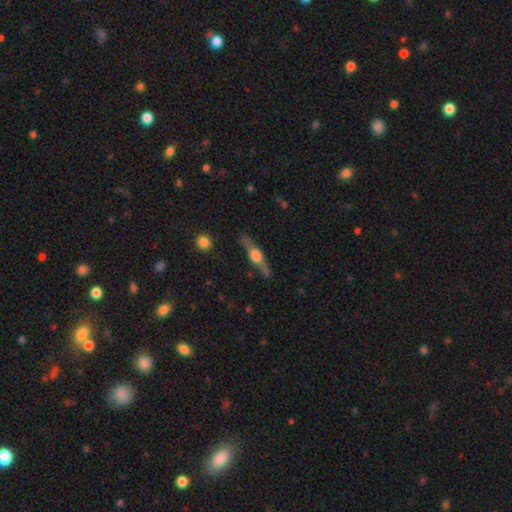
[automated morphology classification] The model was most divided on "smooth or featured": featured or disk: 70%, smooth: 24%, star or artifact: 6%. More confident: edge-on disk — yes (94%); edge-on bulge — rounded (92%); merging — none (84%).